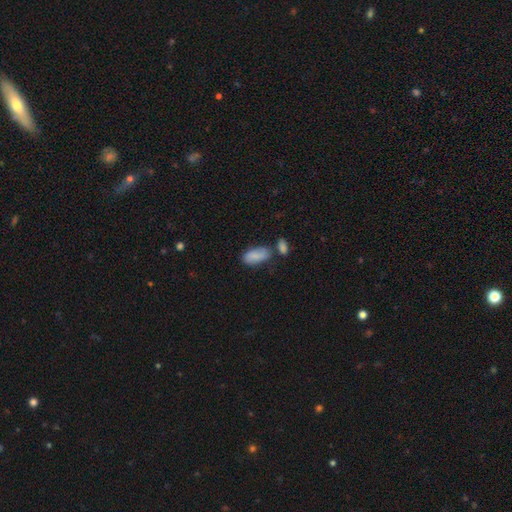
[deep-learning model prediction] Smooth or featured? Predicted: smooth (p=0.82). How rounded? Predicted: in between (p=0.91). Merging? Predicted: none (p=0.52).